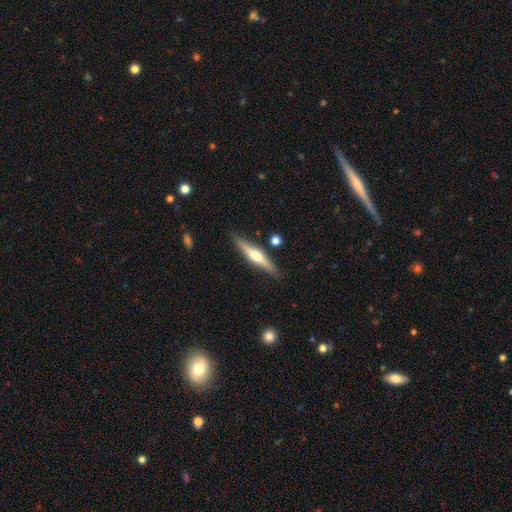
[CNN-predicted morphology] Smooth or featured? featured or disk (62%)
Edge-on disk? yes (96%)
Edge-on bulge? rounded (87%)
Merging? none (86%)